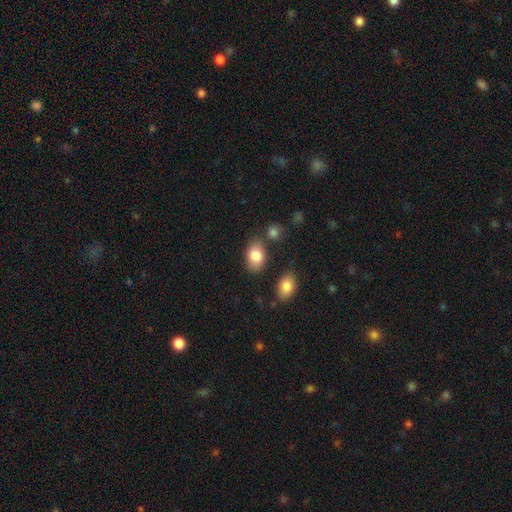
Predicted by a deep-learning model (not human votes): Q: Smooth or featured?
A: smooth (83%); runner-up: featured or disk (10%)
Q: How rounded?
A: in between (85%); runner-up: round (14%)
Q: Merging?
A: none (75%); runner-up: minor disturbance (15%)